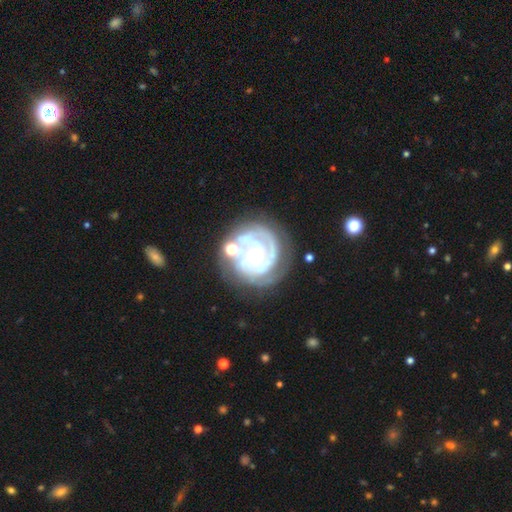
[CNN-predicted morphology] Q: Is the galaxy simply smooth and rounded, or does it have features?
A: featured or disk — 82%.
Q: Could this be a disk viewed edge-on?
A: no — 98%.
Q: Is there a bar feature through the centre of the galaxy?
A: no — 78%.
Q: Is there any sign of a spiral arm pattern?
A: yes — 81%.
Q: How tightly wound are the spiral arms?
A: tight — 71%.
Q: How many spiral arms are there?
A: can't tell — 35%.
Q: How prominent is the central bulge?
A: moderate — 60%.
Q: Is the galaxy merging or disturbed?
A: none — 58%.